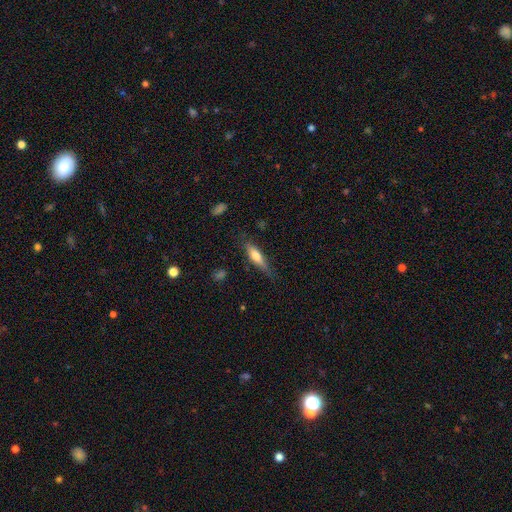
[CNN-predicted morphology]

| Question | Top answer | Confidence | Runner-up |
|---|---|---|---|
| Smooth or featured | smooth | 58% | featured or disk (35%) |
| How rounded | cigar-shaped | 68% | in between (30%) |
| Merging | none | 71% | minor disturbance (22%) |